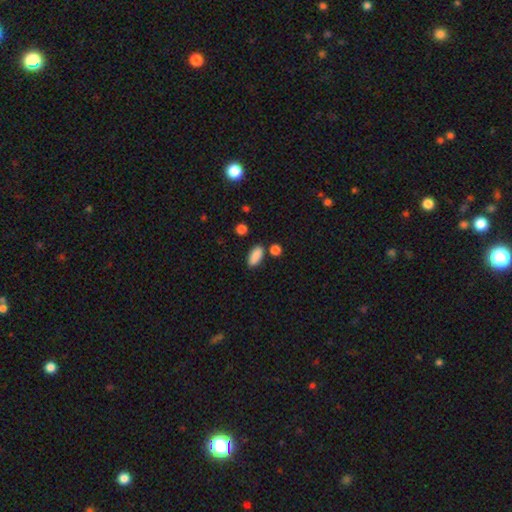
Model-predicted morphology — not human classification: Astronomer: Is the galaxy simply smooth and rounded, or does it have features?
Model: smooth — 88%.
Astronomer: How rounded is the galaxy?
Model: in between — 85%.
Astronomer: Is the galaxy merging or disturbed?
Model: none — 80%.